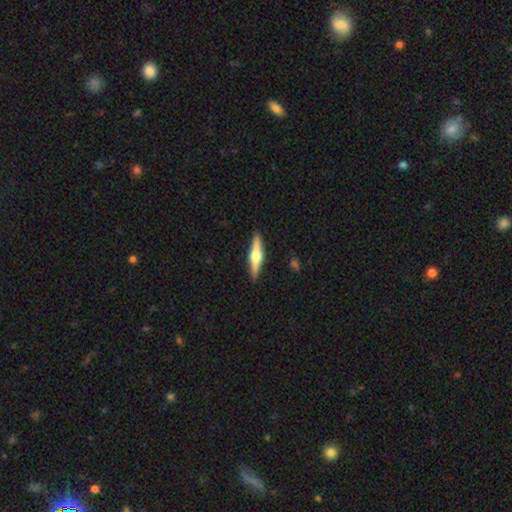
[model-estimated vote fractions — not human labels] The model was most divided on "smooth or featured": featured or disk: 66%, smooth: 28%, star or artifact: 5%. More confident: edge-on disk — yes (97%); edge-on bulge — rounded (94%); merging — none (90%).